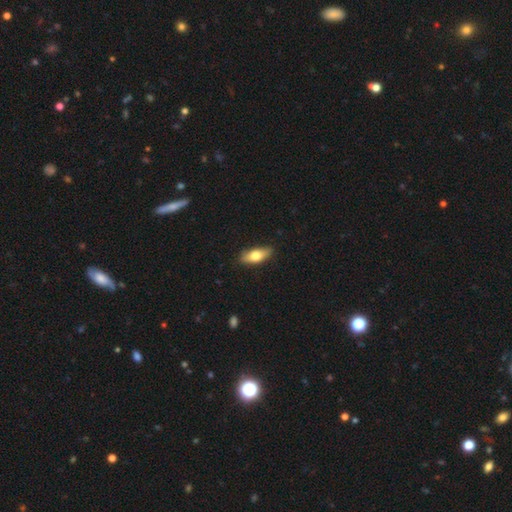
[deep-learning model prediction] A smooth galaxy with no disk features (68%) that is in between round and cigar-shaped (72%). Merging: none (85%).